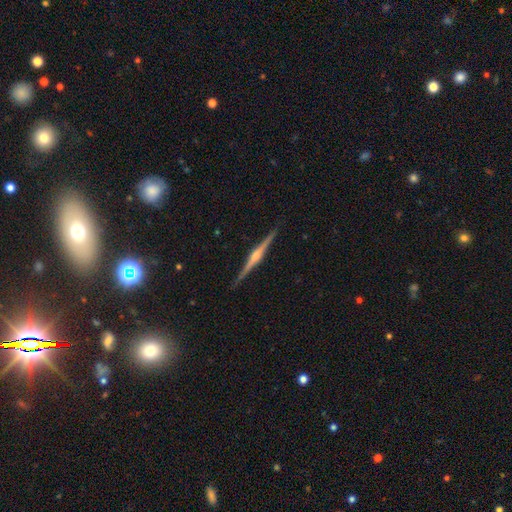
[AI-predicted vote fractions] A featured or disk galaxy (86%) viewed edge-on (99%) with a rounded central bulge (87%). Merging: none (91%).